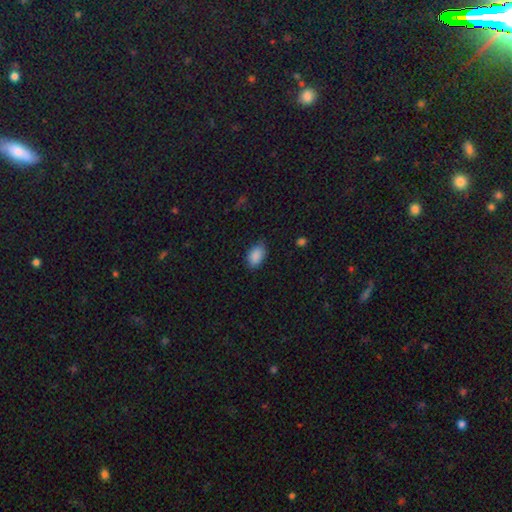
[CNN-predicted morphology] smooth 89%, star or artifact 7%, featured or disk 4%. Down the decision tree: how rounded — in between (91%); merging — none (81%).